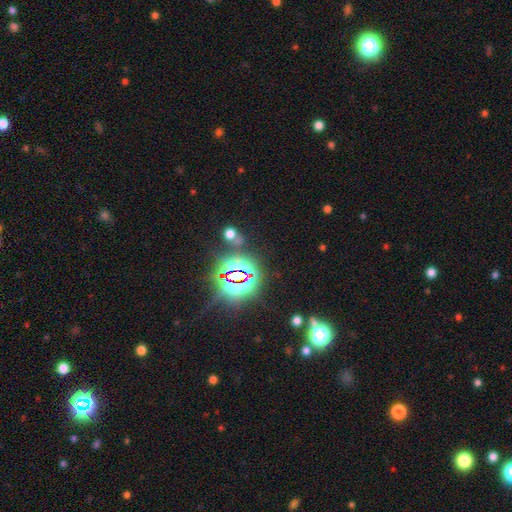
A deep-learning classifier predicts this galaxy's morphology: type=star or artifact (82%).